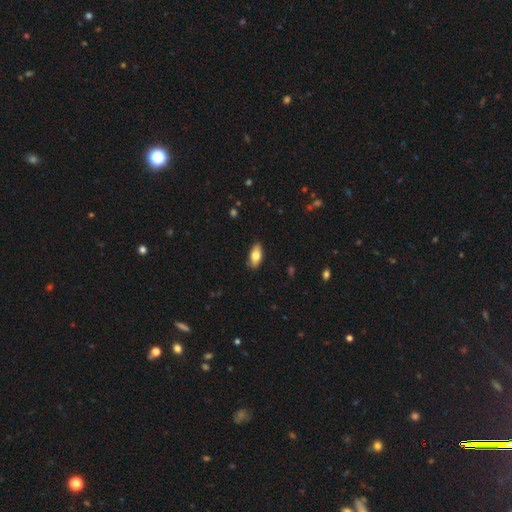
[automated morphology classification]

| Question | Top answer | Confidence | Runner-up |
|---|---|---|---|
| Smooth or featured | smooth | 74% | featured or disk (20%) |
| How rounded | in between | 87% | cigar-shaped (10%) |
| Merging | none | 86% | minor disturbance (11%) |